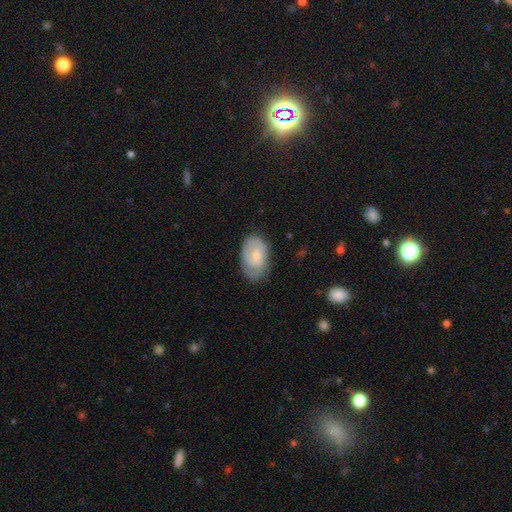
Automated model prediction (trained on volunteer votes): smooth_or_featured: smooth (p=0.49) [alt: featured or disk p=0.45]
merging: none (p=0.61) [alt: minor disturbance p=0.29]